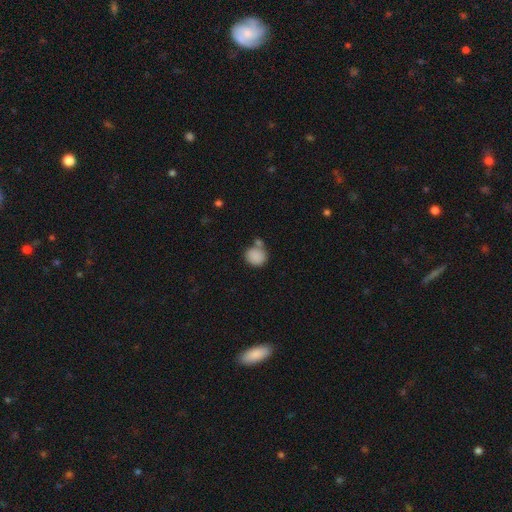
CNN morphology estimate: smooth-or-featured: smooth: 87% | star or artifact: 8% | featured or disk: 5%
  how-rounded: round: 80% | in between: 19% | cigar-shaped: 1%
  merging: none: 57% | merger: 25% | minor disturbance: 14% | major disturbance: 5%